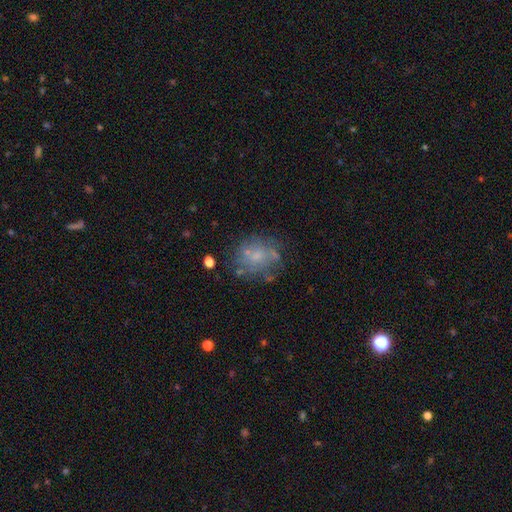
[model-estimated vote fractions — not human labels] Smooth or featured? Predicted: featured or disk (p=0.45). Merging? Predicted: none (p=0.57).